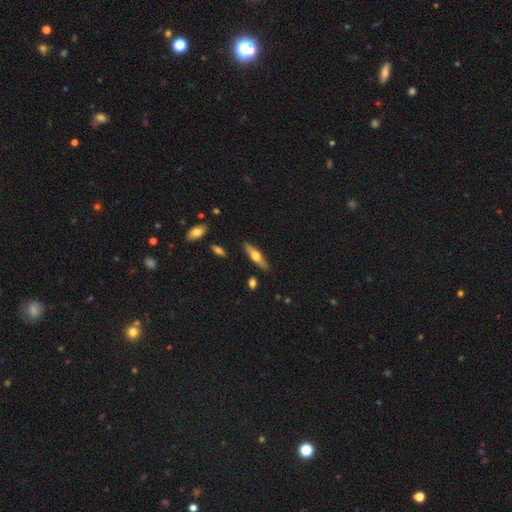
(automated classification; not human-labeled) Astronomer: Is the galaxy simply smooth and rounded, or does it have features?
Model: featured or disk — 56% (runner-up: smooth, 39%).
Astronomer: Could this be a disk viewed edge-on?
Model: yes — 92%.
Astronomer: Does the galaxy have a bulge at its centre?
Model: rounded — 94%.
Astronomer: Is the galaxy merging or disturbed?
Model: none — 87%.